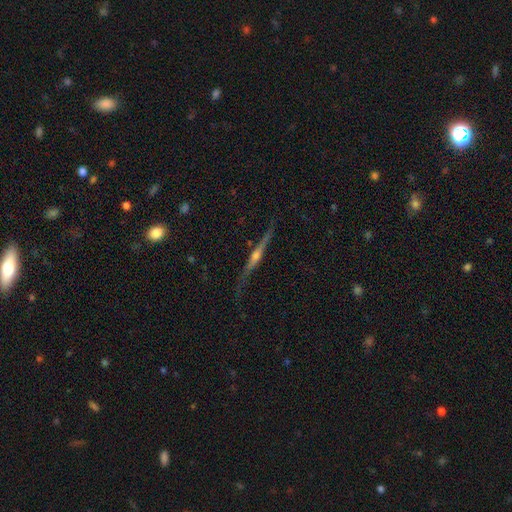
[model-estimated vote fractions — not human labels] Smooth or featured? featured or disk (81%)
Edge-on disk? yes (97%)
Edge-on bulge? rounded (87%)
Merging? none (81%)